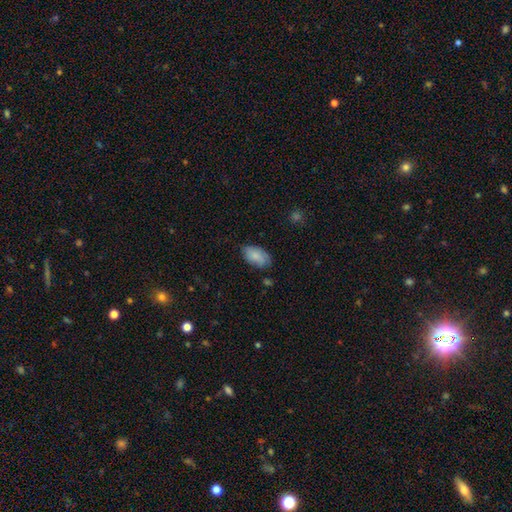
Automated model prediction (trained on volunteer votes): The model was most divided on "merging": none: 73%, minor disturbance: 21%, major disturbance: 4%, merger: 2%. More confident: how rounded — in between (94%); smooth or featured — smooth (83%).